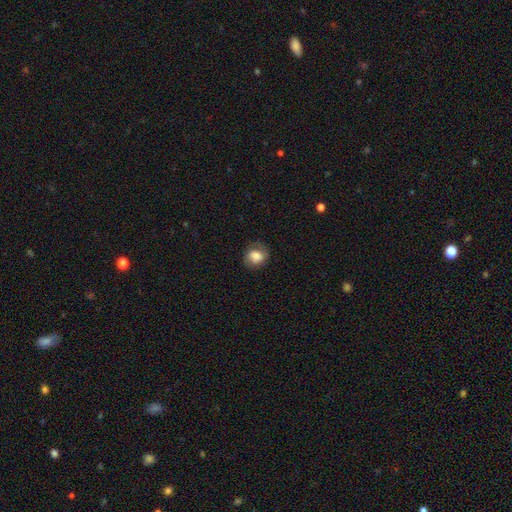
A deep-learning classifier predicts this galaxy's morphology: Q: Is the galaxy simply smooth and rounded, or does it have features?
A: smooth — 65%.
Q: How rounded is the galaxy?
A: round — 58%.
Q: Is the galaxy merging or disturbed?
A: none — 72%.